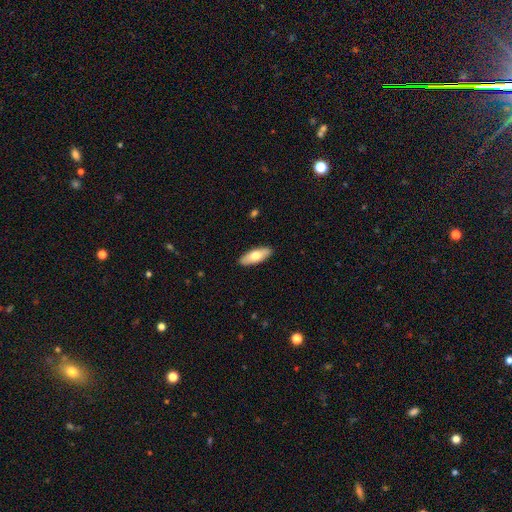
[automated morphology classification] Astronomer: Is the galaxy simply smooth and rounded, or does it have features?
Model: smooth — 69%.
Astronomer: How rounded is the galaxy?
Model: in between — 71%.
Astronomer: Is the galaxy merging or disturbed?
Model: none — 90%.